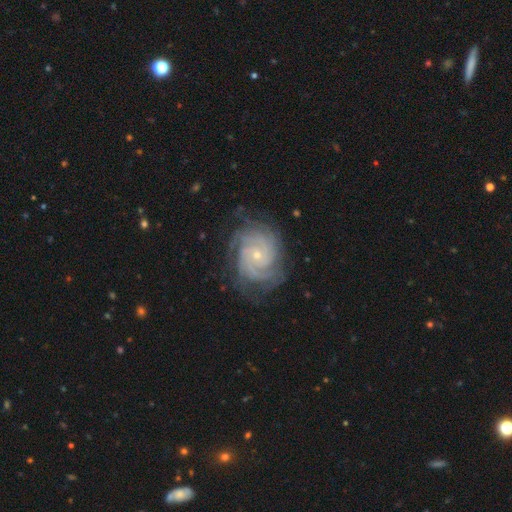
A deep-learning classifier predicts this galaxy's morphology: type=featured or disk (82%); edge-on=no (97%); bar=no (70%); spiral arms=yes (97%); winding=tight (71%); arm count=can't tell (26%); bulge=small (73%); merging=none (80%).